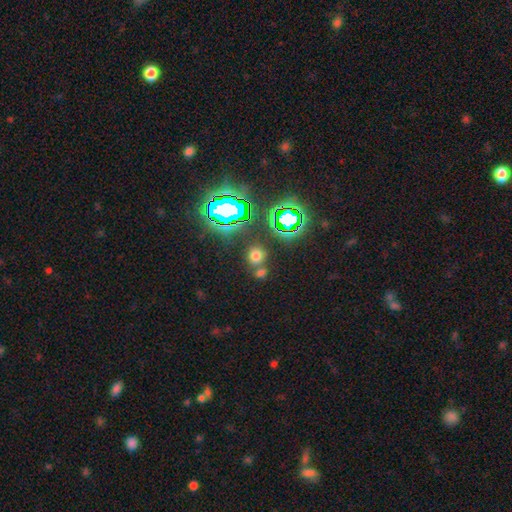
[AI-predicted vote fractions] Smooth or featured: smooth — 61% (star or artifact — 32%)
How rounded: round — 81% (in between — 17%)
Merging: none — 69% (merger — 20%)